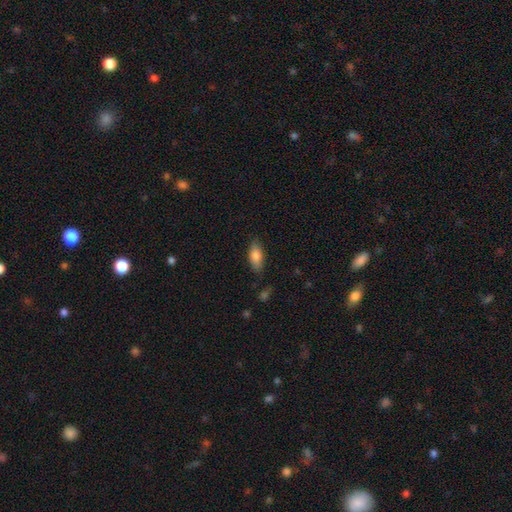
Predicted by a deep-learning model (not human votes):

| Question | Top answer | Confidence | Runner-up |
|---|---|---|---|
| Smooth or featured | smooth | 79% | featured or disk (14%) |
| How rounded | in between | 79% | cigar-shaped (18%) |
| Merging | none | 82% | minor disturbance (13%) |